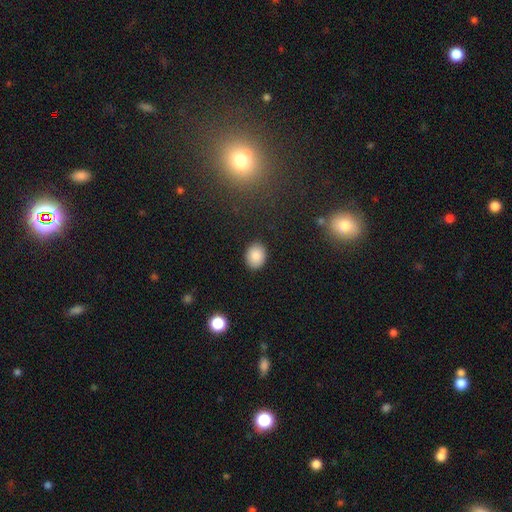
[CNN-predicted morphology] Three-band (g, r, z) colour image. It shows a smooth galaxy with no disk features (87%) that is in between round and cigar-shaped (54%). Merging: none (89%).